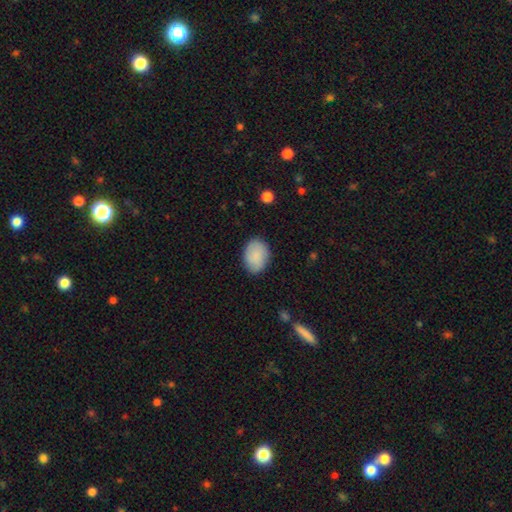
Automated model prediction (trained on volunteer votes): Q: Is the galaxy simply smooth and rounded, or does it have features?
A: smooth — 86%.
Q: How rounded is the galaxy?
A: in between — 77%.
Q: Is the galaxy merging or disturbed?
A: none — 83%.